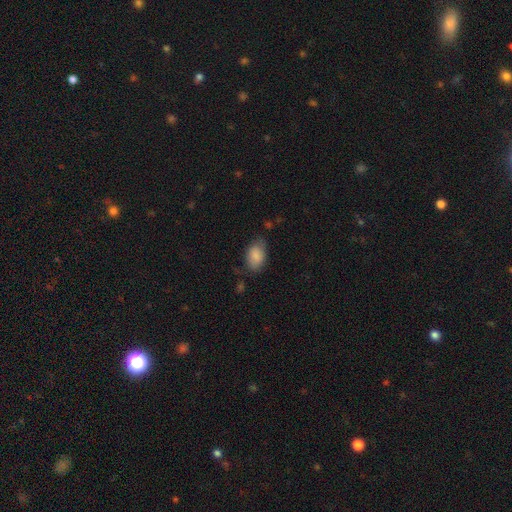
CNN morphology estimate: type=smooth (85%); roundness=in between (89%); merging=none (69%).